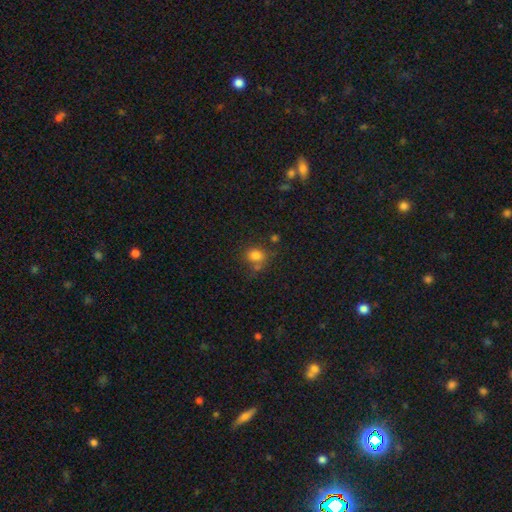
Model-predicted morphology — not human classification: This appears to be a smooth galaxy with no disk features (78%) that is round (55%). Merging: none (59%).